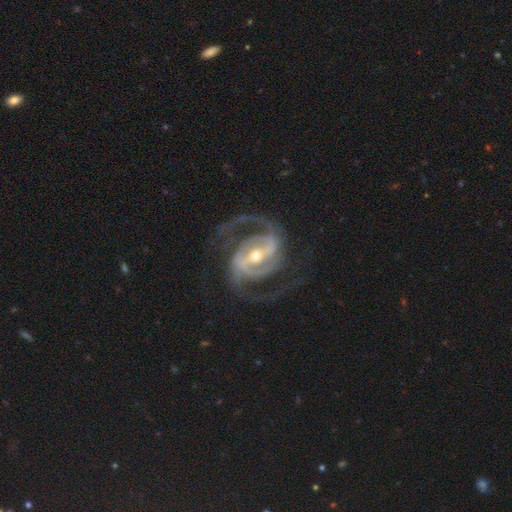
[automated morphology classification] Smooth or featured? Predicted: featured or disk (p=0.93). Edge-on disk? Predicted: no (p=0.97). Bar? Predicted: strong (p=0.62). Spiral arms? Predicted: yes (p=0.98). Spiral winding? Predicted: medium (p=0.59). Spiral arm count? Predicted: 2 (p=0.79). Bulge size? Predicted: moderate (p=0.56). Merging? Predicted: none (p=0.74).